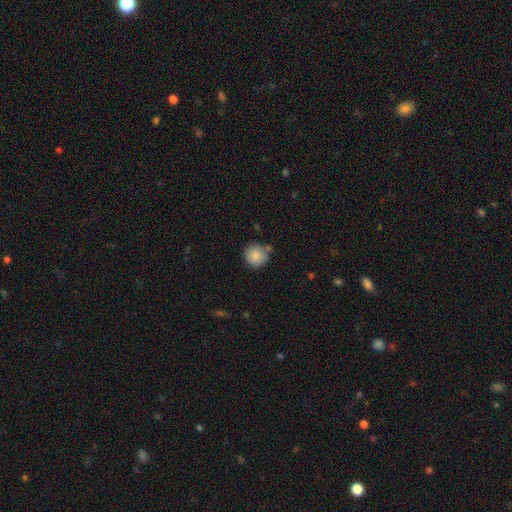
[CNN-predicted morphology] The model was most divided on "merging": none: 75%, minor disturbance: 14%, merger: 8%, major disturbance: 3%. More confident: how rounded — round (93%); smooth or featured — smooth (87%).